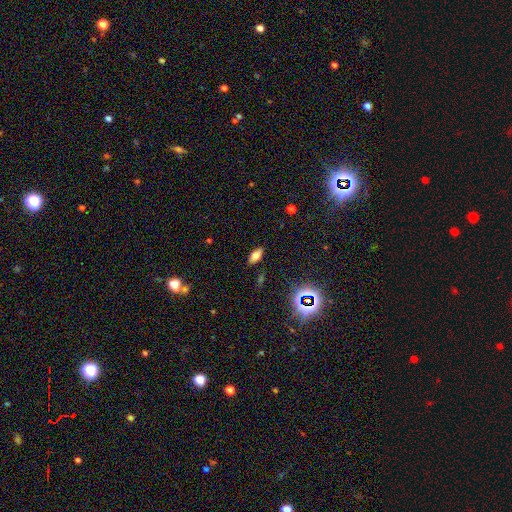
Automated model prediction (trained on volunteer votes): This appears to be a smooth galaxy with no disk features (64%) that is in between round and cigar-shaped (84%). Merging: none (87%).